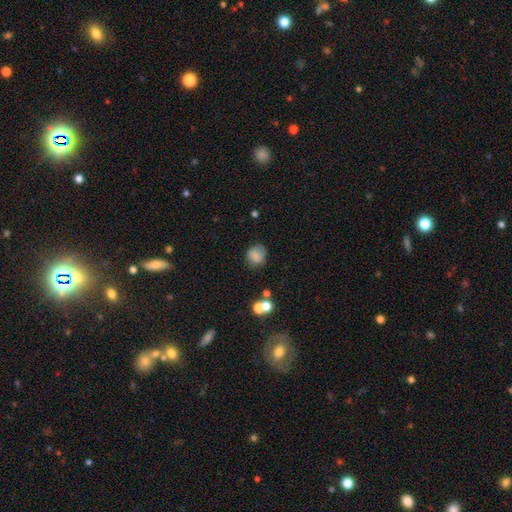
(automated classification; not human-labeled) Morphology: type=smooth (78%); roundness=round (76%); merging=none (69%).